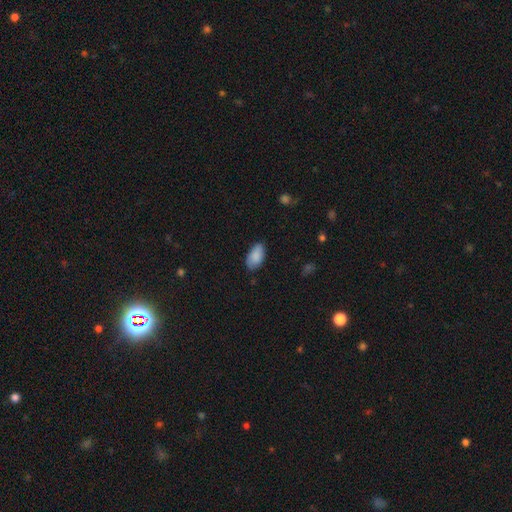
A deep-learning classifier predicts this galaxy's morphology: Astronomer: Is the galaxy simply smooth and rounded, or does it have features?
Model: smooth — 88%.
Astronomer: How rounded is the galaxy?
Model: in between — 94%.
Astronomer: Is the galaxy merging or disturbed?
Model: none — 78%.